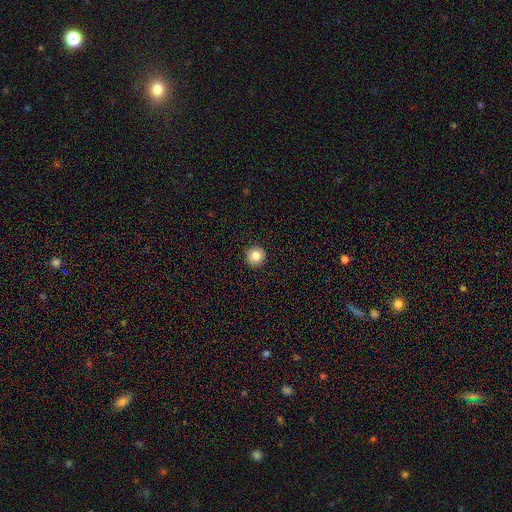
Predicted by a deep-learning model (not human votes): smooth-or-featured: smooth: 84% | star or artifact: 10% | featured or disk: 6%
  how-rounded: round: 95% | in between: 5% | cigar-shaped: 1%
  merging: none: 92% | minor disturbance: 5% | major disturbance: 2% | merger: 1%